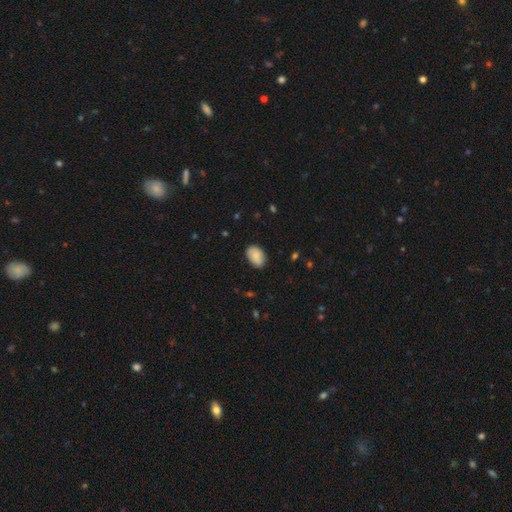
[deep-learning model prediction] Q: Smooth or featured?
A: smooth (82%); runner-up: featured or disk (11%)
Q: How rounded?
A: in between (89%); runner-up: round (10%)
Q: Merging?
A: none (83%); runner-up: minor disturbance (13%)